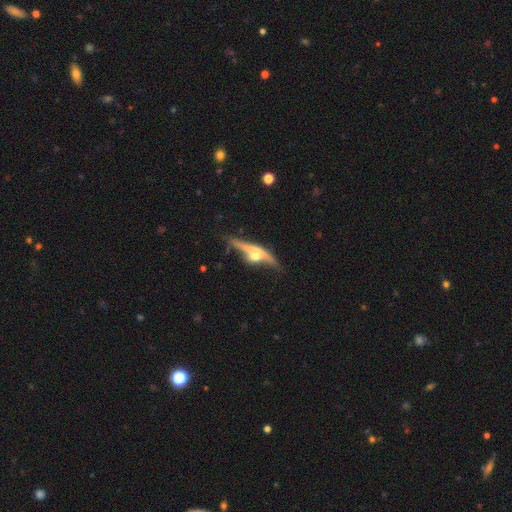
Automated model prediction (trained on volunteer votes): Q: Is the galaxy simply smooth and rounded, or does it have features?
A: featured or disk — 72%.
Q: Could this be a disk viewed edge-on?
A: yes — 83%.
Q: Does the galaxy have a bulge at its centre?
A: rounded — 90%.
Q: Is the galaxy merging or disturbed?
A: none — 50%.